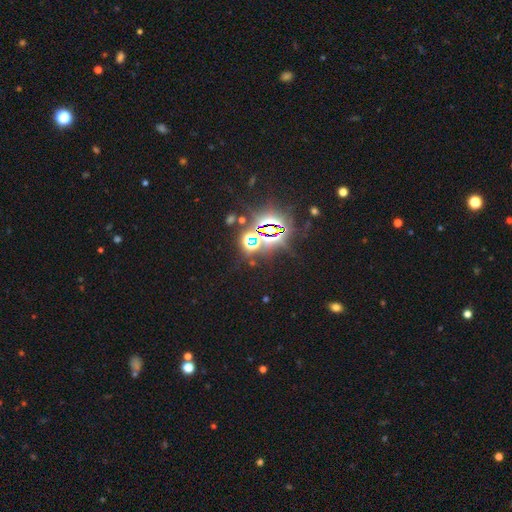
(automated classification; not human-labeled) Smooth or featured?
  - star or artifact: 81% *
  - smooth: 11%
  - featured or disk: 7%